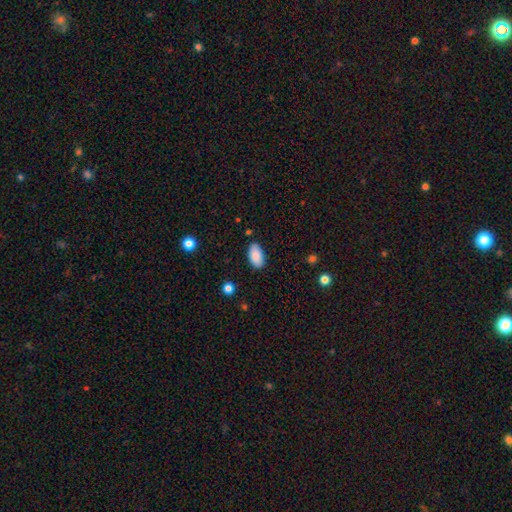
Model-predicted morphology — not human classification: Smooth or featured? smooth (89%)
How rounded? in between (95%)
Merging? none (86%)